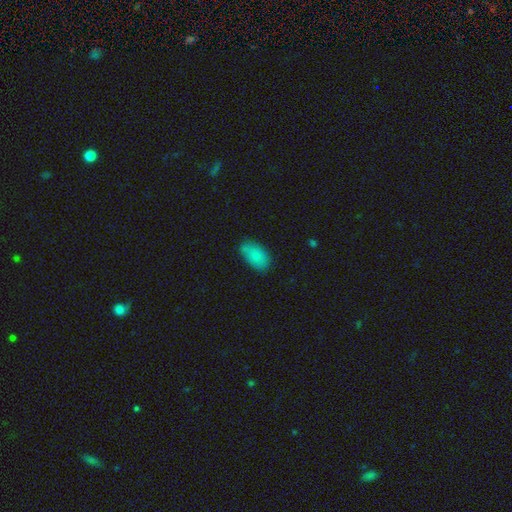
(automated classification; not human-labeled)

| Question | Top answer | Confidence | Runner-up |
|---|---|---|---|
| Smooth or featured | smooth | 83% | featured or disk (9%) |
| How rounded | in between | 93% | round (5%) |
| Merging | none | 72% | minor disturbance (22%) |